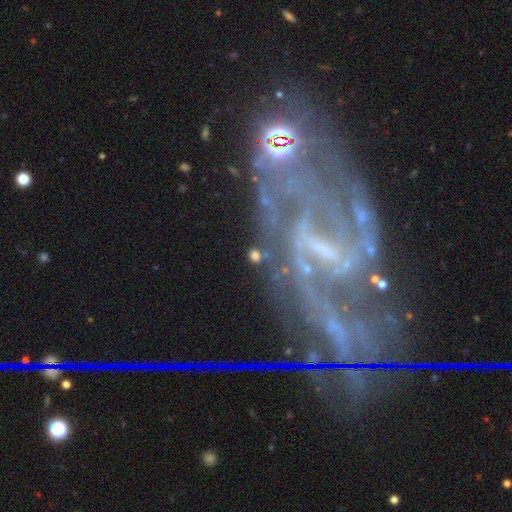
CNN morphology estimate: Smooth or featured?
  - featured or disk: 40% *
  - smooth: 39%
  - star or artifact: 21%
Merging?
  - none: 71% *
  - minor disturbance: 14%
  - major disturbance: 9%
  - merger: 6%